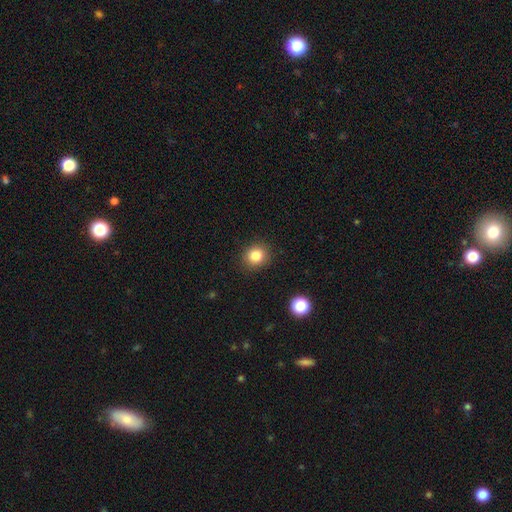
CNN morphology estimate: smooth-or-featured: smooth: 83% | star or artifact: 11% | featured or disk: 6%
  how-rounded: round: 84% | in between: 15% | cigar-shaped: 1%
  merging: none: 90% | minor disturbance: 7% | major disturbance: 2% | merger: 1%